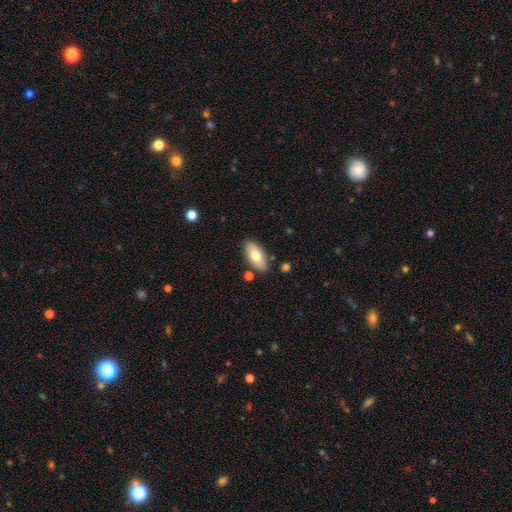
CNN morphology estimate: Q: Smooth or featured?
A: smooth (73%); runner-up: featured or disk (20%)
Q: How rounded?
A: in between (92%); runner-up: cigar-shaped (6%)
Q: Merging?
A: none (82%); runner-up: minor disturbance (12%)